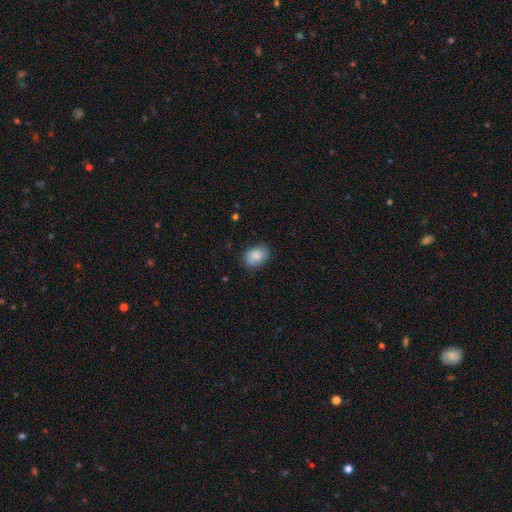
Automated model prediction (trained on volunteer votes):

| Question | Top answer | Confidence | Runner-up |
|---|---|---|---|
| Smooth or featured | smooth | 82% | featured or disk (11%) |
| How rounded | in between | 64% | round (35%) |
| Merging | none | 78% | minor disturbance (17%) |